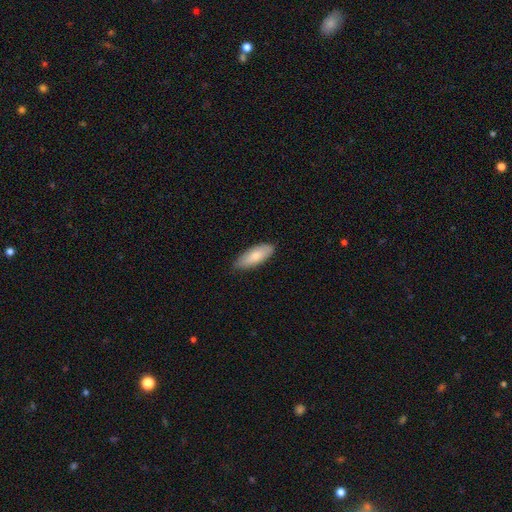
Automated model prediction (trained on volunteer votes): This is clearly a smooth galaxy (80%). How rounded: likely in between (74%). Merging: clearly none (81%).